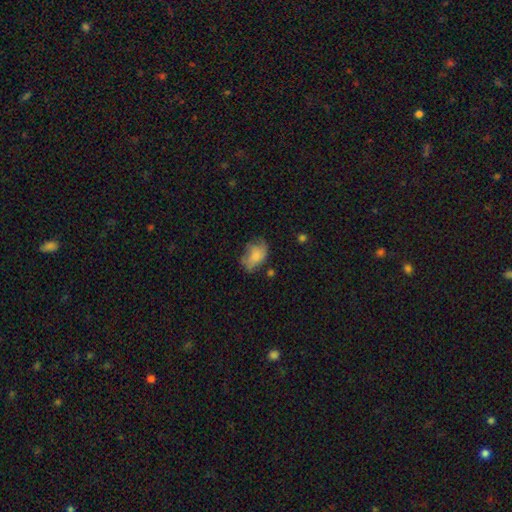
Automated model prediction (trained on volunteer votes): This is likely a smooth galaxy (69%). How rounded: clearly in between (83%). Merging: marginally none (43%).